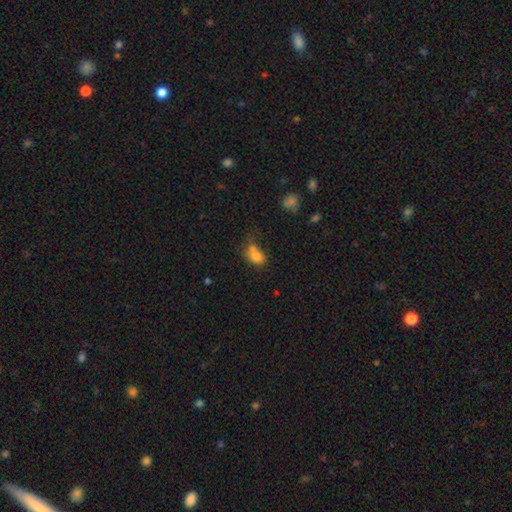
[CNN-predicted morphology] The model was most divided on "merging": merger: 40%, none: 34%, minor disturbance: 17%, major disturbance: 9%. More confident: smooth or featured — smooth (77%); how rounded — in between (67%).